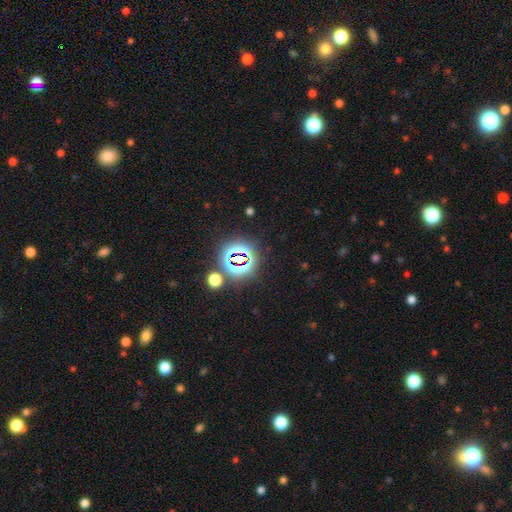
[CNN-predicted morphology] type=star or artifact (80%).